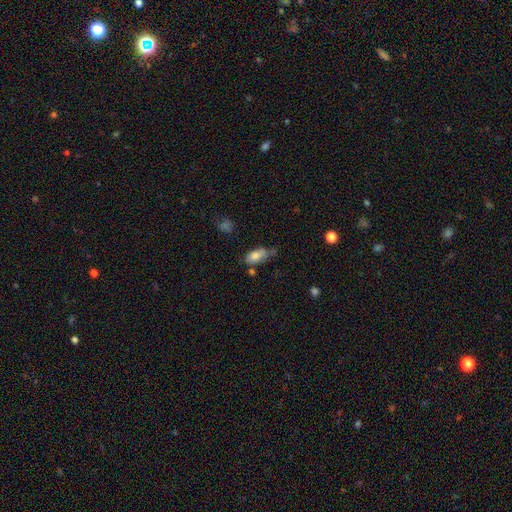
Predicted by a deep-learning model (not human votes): This appears to be a smooth galaxy with no disk features (77%) that is in between round and cigar-shaped (87%). Merging: none (49%).